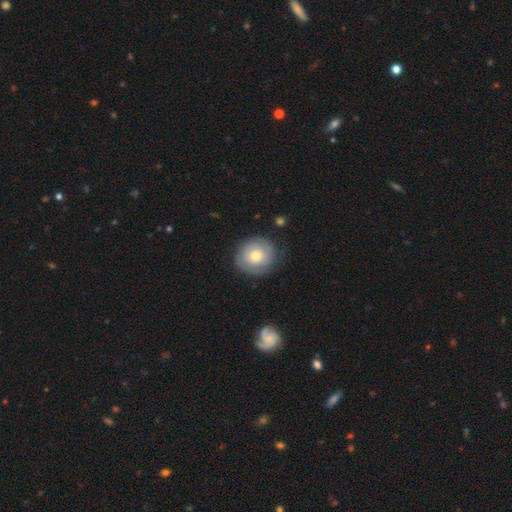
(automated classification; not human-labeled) This appears to be a smooth galaxy with no disk features (59%) that is round (88%). Merging: none (79%).